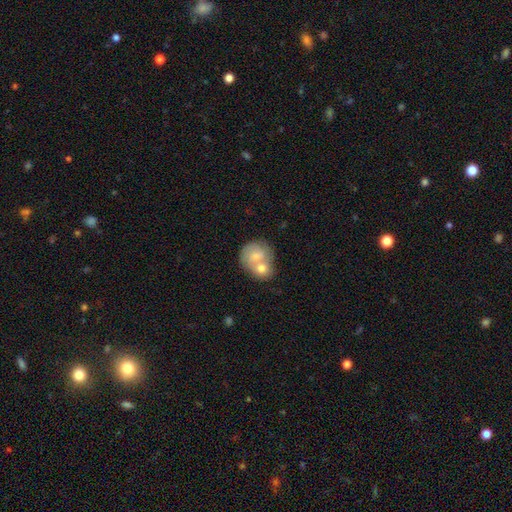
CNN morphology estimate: The model was most divided on "smooth or featured": smooth: 62%, featured or disk: 32%, star or artifact: 6%. More confident: how rounded — round (73%); merging — merger (70%).